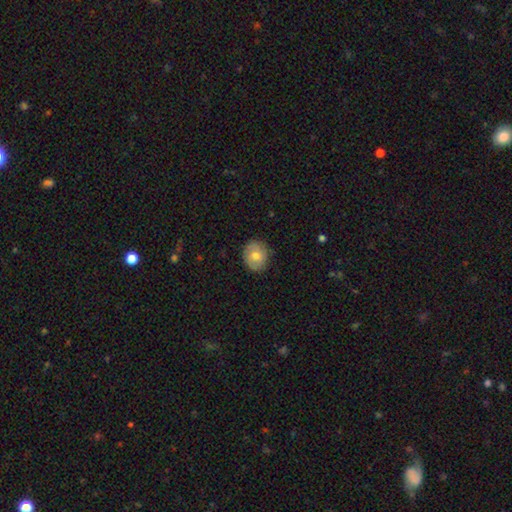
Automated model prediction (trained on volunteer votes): Smooth or featured? smooth (70%)
How rounded? round (76%)
Merging? none (85%)